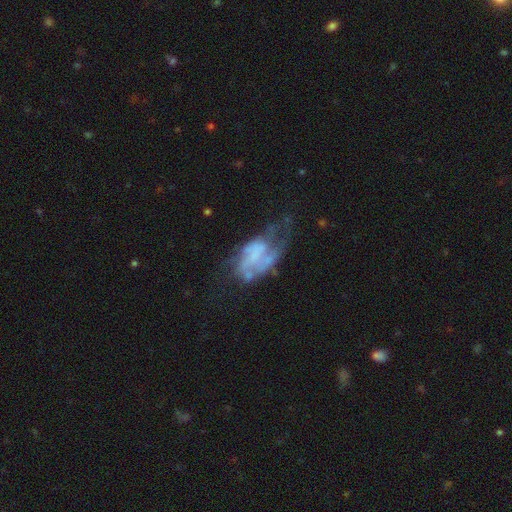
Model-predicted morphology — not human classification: Smooth or featured? featured or disk (67%)
Edge-on disk? no (97%)
Bar? no (71%)
Spiral arms? yes (54%)
Bulge size? none (67%)
Merging? major disturbance (44%)